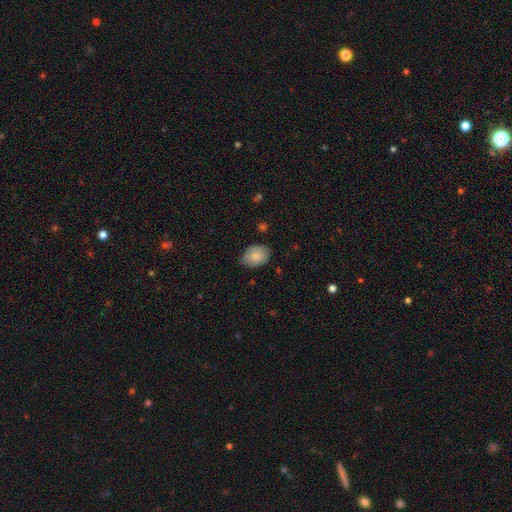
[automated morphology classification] Smooth or featured? smooth (83%)
How rounded? in between (75%)
Merging? none (72%)